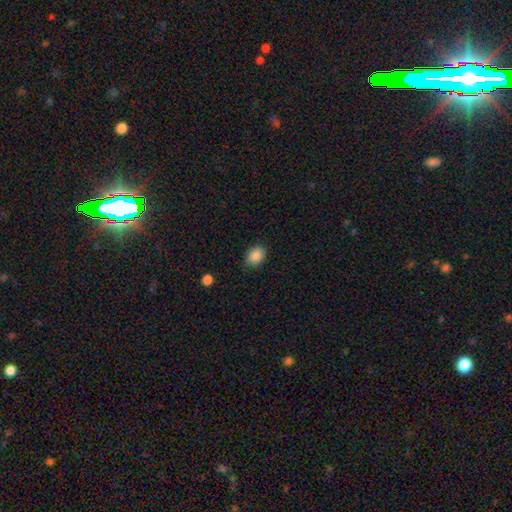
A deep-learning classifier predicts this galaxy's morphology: smooth-or-featured: smooth: 88% | star or artifact: 8% | featured or disk: 4%
  how-rounded: in between: 70% | round: 29% | cigar-shaped: 1%
  merging: none: 81% | minor disturbance: 15% | major disturbance: 3% | merger: 1%